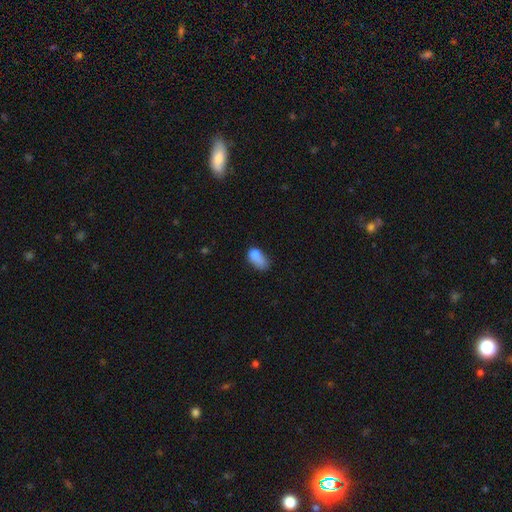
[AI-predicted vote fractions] This is likely a smooth galaxy (76%). How rounded: clearly in between (86%). Merging: marginally minor disturbance (30%).